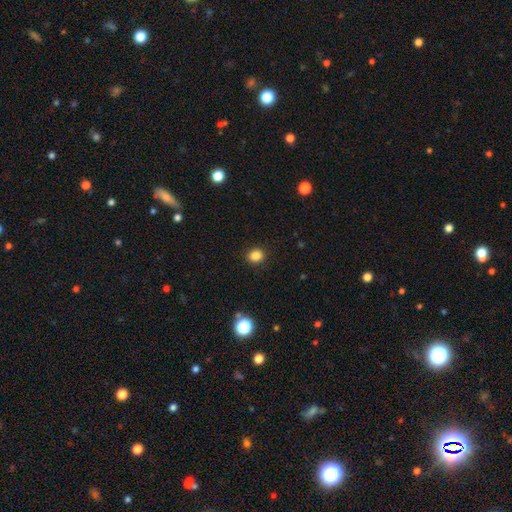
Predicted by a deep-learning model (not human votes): Smooth or featured? Predicted: smooth (p=0.85). How rounded? Predicted: round (p=0.80). Merging? Predicted: none (p=0.91).